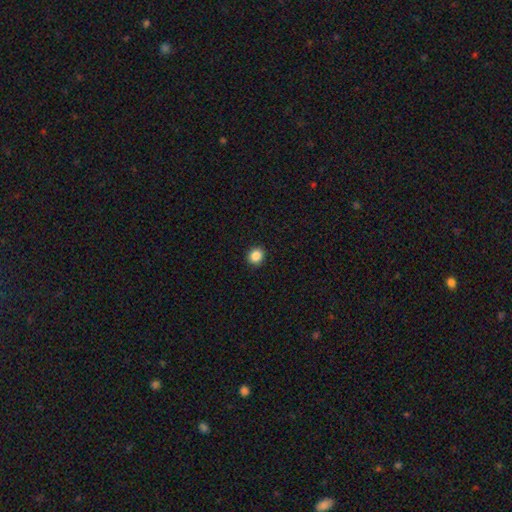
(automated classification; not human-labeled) This is clearly a smooth galaxy (86%). How rounded: clearly round (83%). Merging: clearly none (93%).